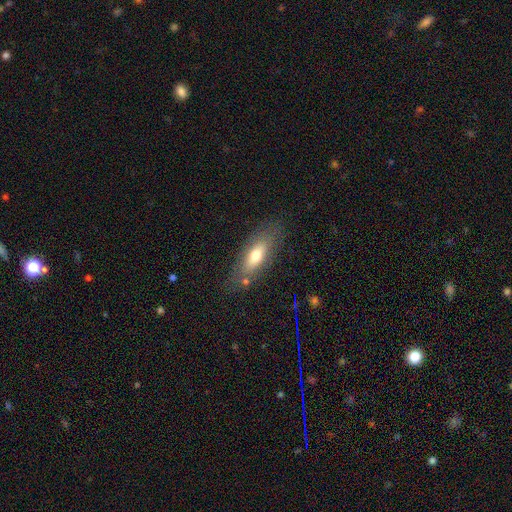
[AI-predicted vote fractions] smooth-or-featured: smooth: 61% | featured or disk: 31% | star or artifact: 8%
  how-rounded: in between: 64% | cigar-shaped: 33% | round: 3%
  merging: none: 77% | minor disturbance: 14% | major disturbance: 5% | merger: 4%